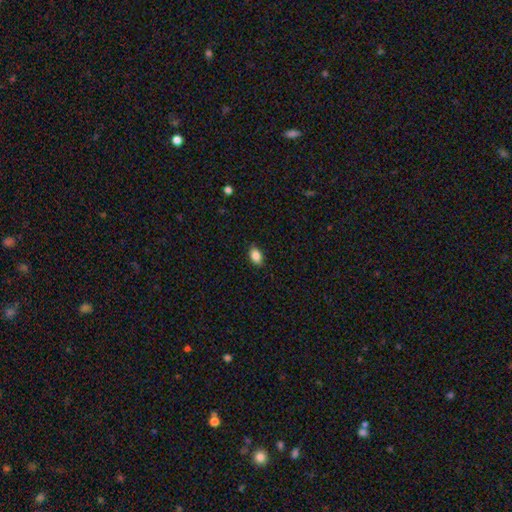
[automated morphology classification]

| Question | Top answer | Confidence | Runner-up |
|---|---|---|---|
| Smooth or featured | smooth | 87% | star or artifact (8%) |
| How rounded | in between | 88% | round (10%) |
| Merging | none | 88% | minor disturbance (10%) |